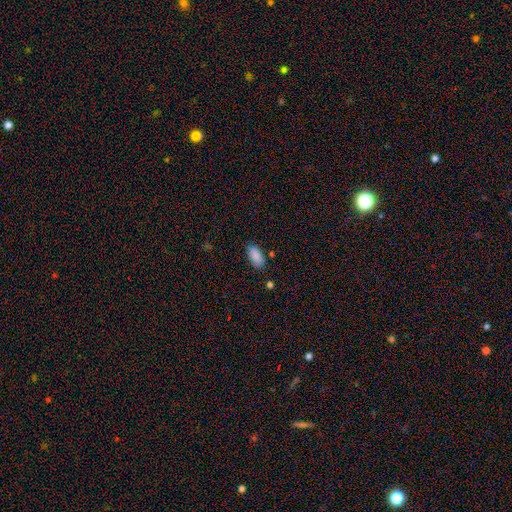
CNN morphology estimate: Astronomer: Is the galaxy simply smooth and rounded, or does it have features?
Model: smooth — 88%.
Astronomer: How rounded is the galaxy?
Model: in between — 93%.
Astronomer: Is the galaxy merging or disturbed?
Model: none — 80%.